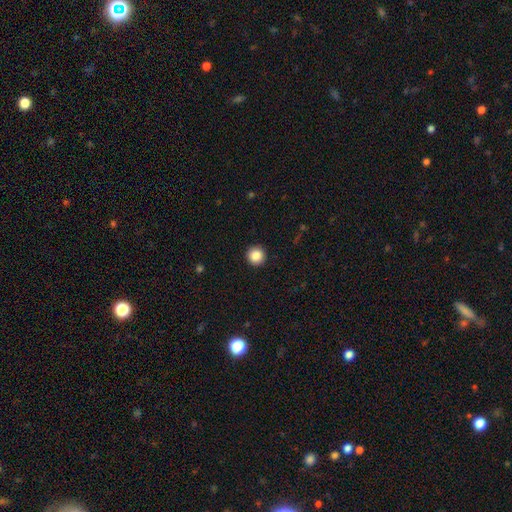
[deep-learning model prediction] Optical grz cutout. It shows a smooth galaxy with no disk features (86%) that is round (96%). Merging: none (93%).